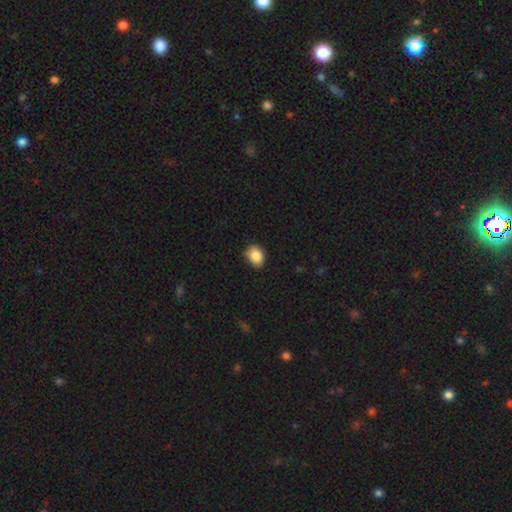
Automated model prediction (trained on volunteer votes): Smooth or featured: smooth — 87% (star or artifact — 9%)
How rounded: in between — 59% (round — 40%)
Merging: none — 76% (minor disturbance — 20%)